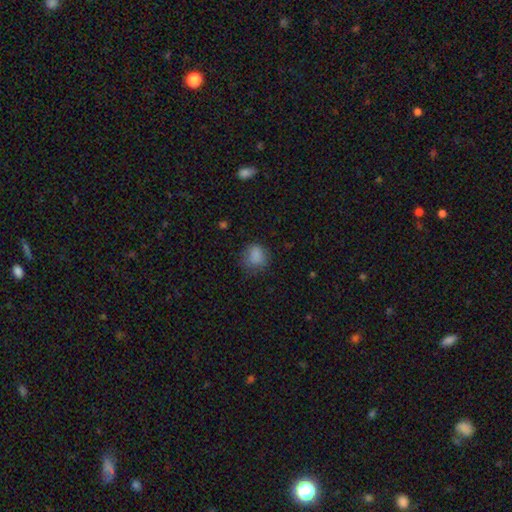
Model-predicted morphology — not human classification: A smooth galaxy with no disk features (82%) that is round (69%). Merging: none (64%).